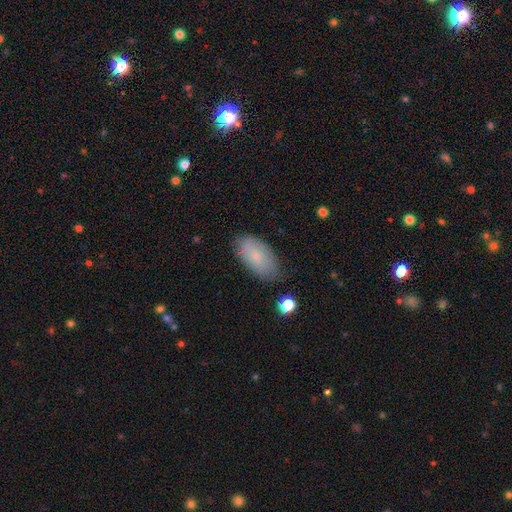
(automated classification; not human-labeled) Smooth or featured? smooth (74%)
How rounded? in between (93%)
Merging? none (77%)